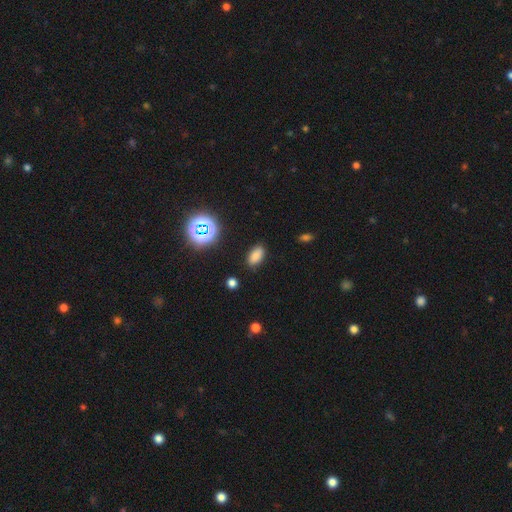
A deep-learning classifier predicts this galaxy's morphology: Smooth or featured? smooth (79%)
How rounded? in between (90%)
Merging? none (86%)